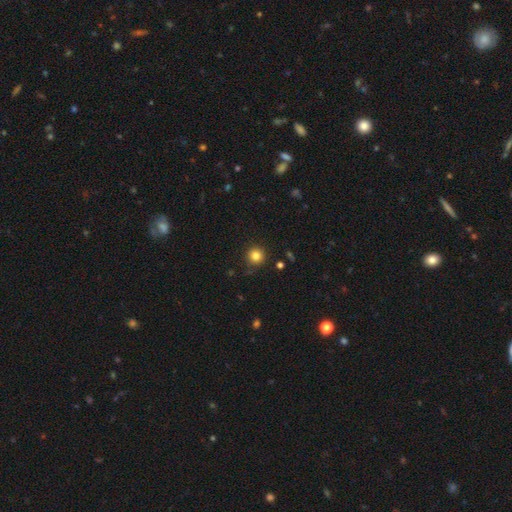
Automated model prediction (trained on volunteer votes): A smooth galaxy with no disk features (83%) that is round (95%).

Vote fractions:
- Smooth or featured? smooth: 83% / star or artifact: 12% / featured or disk: 5%
- How rounded? round: 95% / in between: 4% / cigar-shaped: 1%
- Merging? none: 89% / minor disturbance: 7% / major disturbance: 2% / merger: 2%